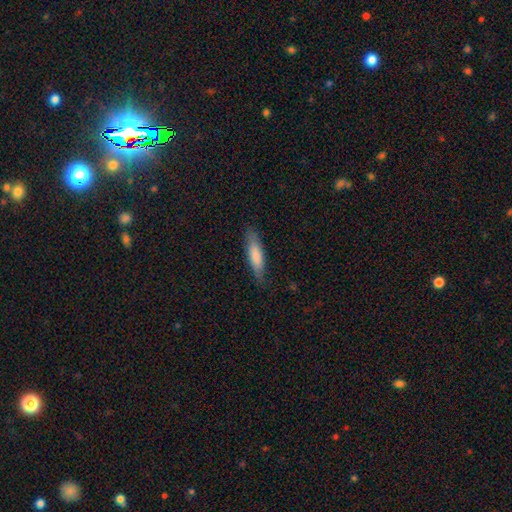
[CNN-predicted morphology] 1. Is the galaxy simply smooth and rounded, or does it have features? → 80% smooth, 15% featured or disk, 5% star or artifact.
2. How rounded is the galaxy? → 65% cigar-shaped, 33% in between, 1% round.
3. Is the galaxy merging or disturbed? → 81% none, 15% minor disturbance, 3% major disturbance, 1% merger.